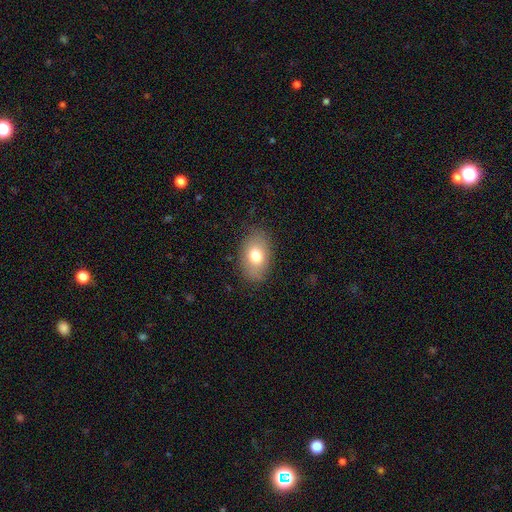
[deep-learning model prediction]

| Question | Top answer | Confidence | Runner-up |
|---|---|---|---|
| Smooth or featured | smooth | 75% | featured or disk (16%) |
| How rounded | in between | 86% | round (13%) |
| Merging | none | 82% | minor disturbance (14%) |